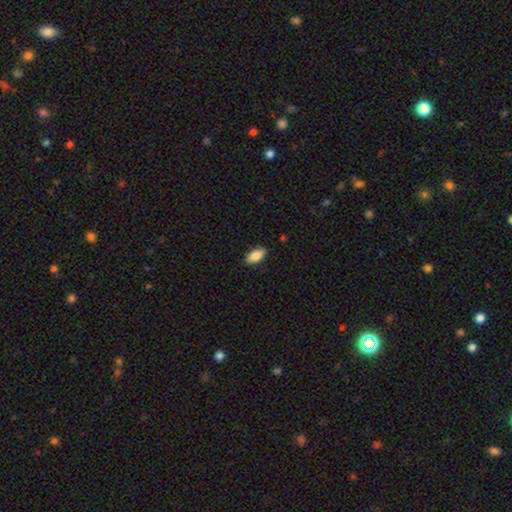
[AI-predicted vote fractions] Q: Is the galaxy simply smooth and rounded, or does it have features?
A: smooth — 87%.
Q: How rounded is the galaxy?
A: in between — 92%.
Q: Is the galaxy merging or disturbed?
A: none — 89%.